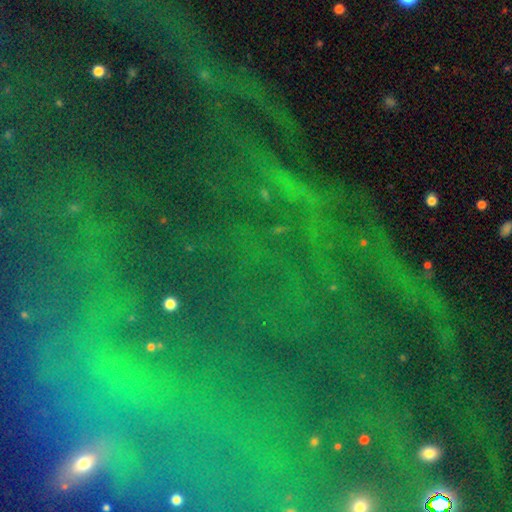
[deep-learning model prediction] Smooth or featured? star or artifact (83%)